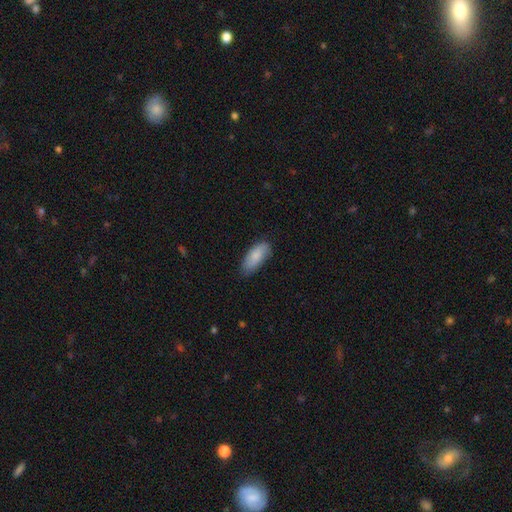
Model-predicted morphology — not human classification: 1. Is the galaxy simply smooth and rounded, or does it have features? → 83% smooth, 12% featured or disk, 5% star or artifact.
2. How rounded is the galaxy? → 84% in between, 14% cigar-shaped, 2% round.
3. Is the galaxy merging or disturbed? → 77% none, 19% minor disturbance, 3% major disturbance, 1% merger.